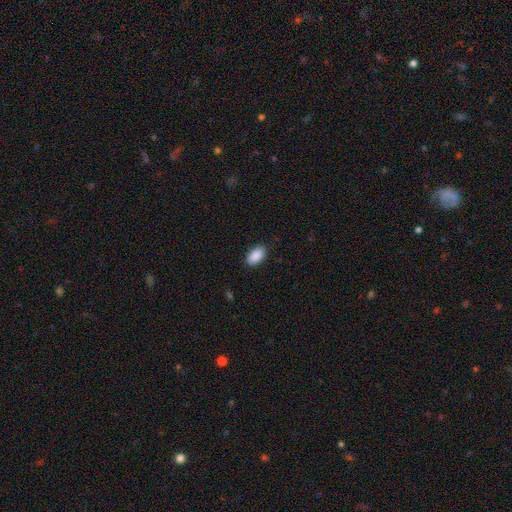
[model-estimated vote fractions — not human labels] Smooth or featured?
  - smooth: 90% *
  - star or artifact: 7%
  - featured or disk: 4%
How rounded?
  - in between: 94% *
  - round: 3%
  - cigar-shaped: 2%
Merging?
  - none: 88% *
  - minor disturbance: 9%
  - major disturbance: 2%
  - merger: 1%